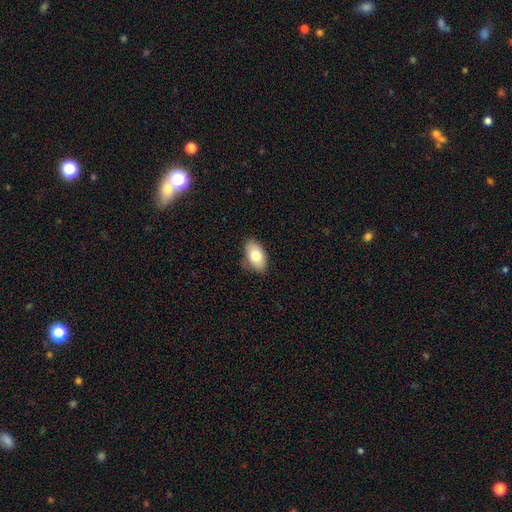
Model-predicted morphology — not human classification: smooth_or_featured: smooth (p=0.78) [alt: featured or disk p=0.15]
how_rounded: in between (p=0.92) [alt: round p=0.06]
merging: none (p=0.82) [alt: minor disturbance p=0.14]